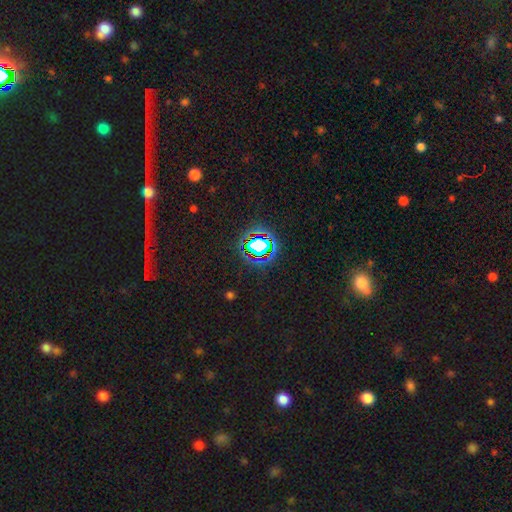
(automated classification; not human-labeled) A star or artifact, not a galaxy (76%).

Vote fractions:
- Smooth or featured? star or artifact: 76% / smooth: 14% / featured or disk: 9%